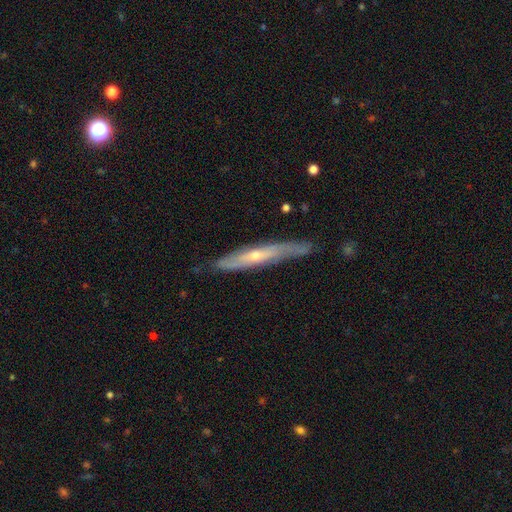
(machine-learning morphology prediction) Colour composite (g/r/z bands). It shows a featured or disk galaxy (67%) viewed edge-on (75%) with a rounded central bulge (62%). Merging: none (76%).